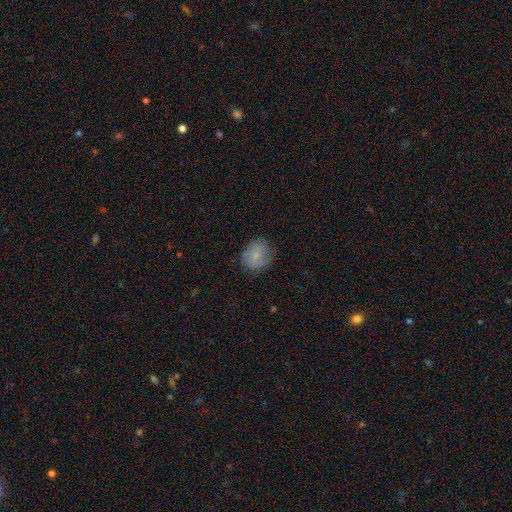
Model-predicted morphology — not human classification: smooth_or_featured: smooth (p=0.56) [alt: featured or disk p=0.35]
how_rounded: round (p=0.64) [alt: in between p=0.35]
merging: none (p=0.72) [alt: minor disturbance p=0.20]